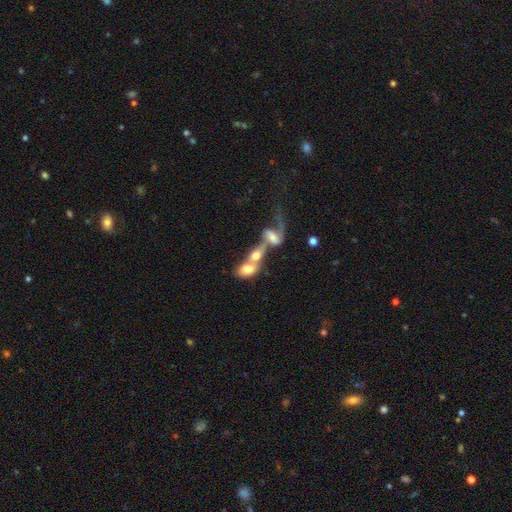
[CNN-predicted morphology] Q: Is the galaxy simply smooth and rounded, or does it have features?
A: smooth — 51%.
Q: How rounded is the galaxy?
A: in between — 78%.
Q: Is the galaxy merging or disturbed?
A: merger — 80%.